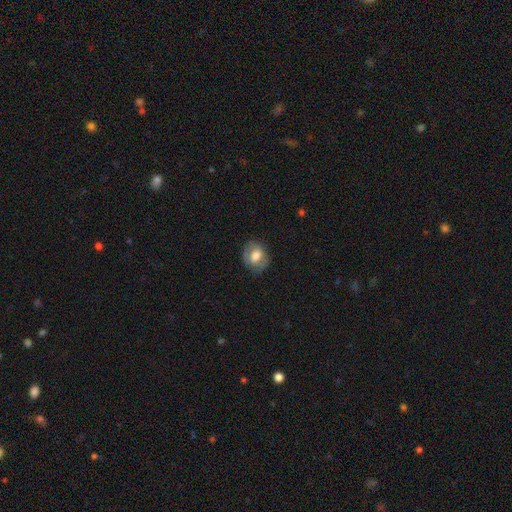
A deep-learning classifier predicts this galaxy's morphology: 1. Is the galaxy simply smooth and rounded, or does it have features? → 65% smooth, 27% featured or disk, 8% star or artifact.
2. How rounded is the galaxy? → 51% in between, 48% round, 1% cigar-shaped.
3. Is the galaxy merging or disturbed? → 74% none, 18% minor disturbance, 7% major disturbance, 1% merger.